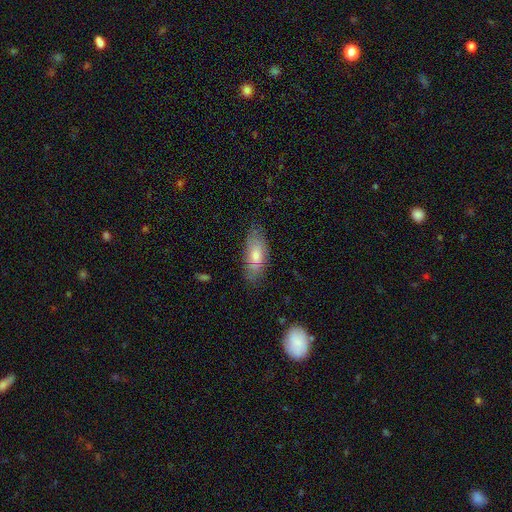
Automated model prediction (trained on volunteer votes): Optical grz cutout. It shows a smooth galaxy with no disk features (64%) that is in between round and cigar-shaped (77%). Merging: none (74%).